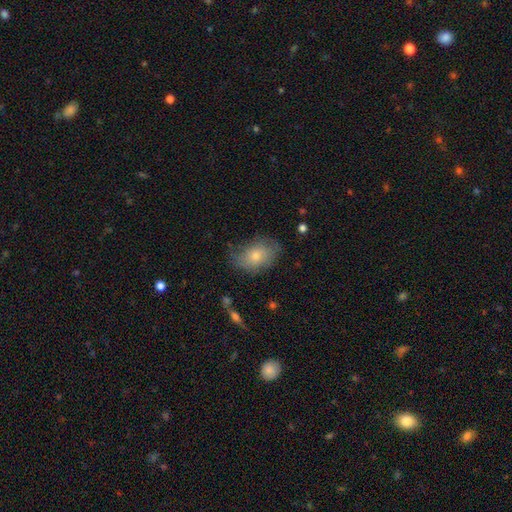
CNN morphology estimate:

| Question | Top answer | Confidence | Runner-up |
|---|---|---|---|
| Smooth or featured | smooth | 71% | featured or disk (21%) |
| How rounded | in between | 85% | round (14%) |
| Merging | none | 60% | minor disturbance (28%) |